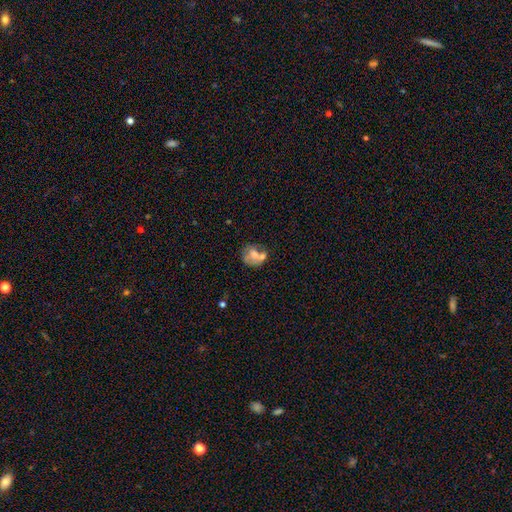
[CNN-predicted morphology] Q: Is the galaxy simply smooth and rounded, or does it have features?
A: smooth — 57%.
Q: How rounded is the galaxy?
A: round — 60%.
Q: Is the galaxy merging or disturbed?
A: merger — 40%.